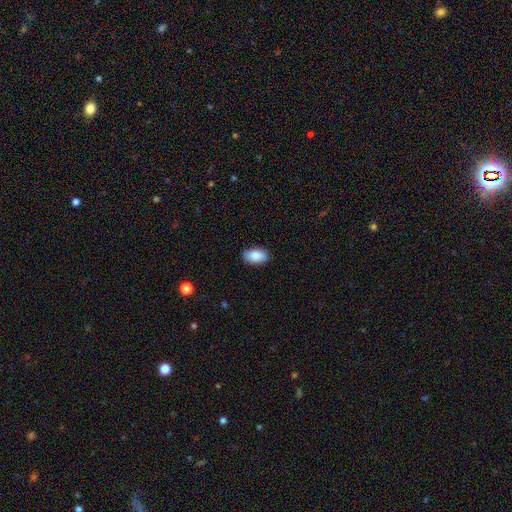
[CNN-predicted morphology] Smooth or featured? smooth (87%)
How rounded? in between (93%)
Merging? none (88%)